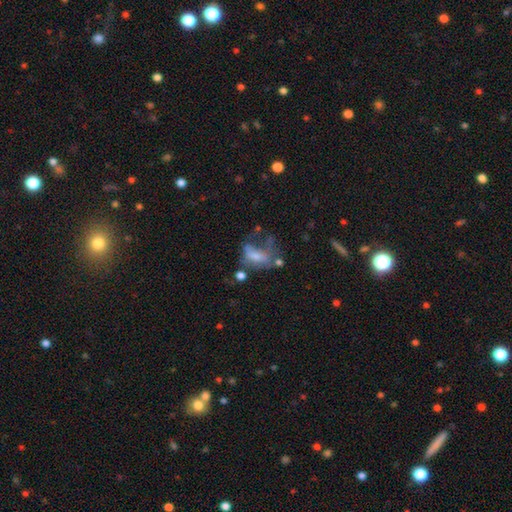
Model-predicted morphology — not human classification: type=smooth (52%); roundness=in between (81%); merging=major disturbance (46%).